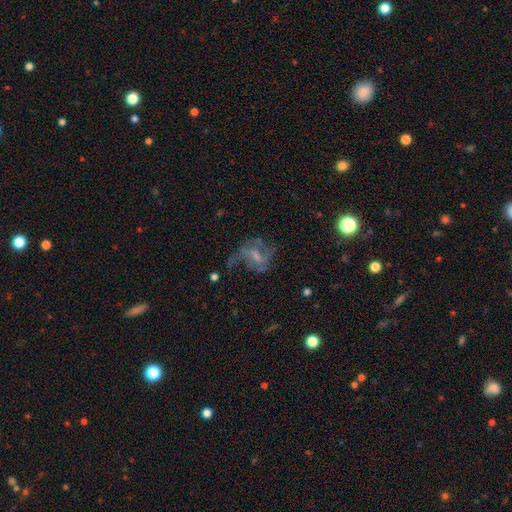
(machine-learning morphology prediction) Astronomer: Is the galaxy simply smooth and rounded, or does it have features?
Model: featured or disk — 67%.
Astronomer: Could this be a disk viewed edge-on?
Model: no — 97%.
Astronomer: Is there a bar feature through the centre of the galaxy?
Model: weak — 49% (runner-up: no, 37%).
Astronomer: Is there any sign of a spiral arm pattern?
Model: yes — 71%.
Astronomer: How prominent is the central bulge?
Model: small — 41% (runner-up: none, 28%).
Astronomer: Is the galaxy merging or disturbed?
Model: none — 40% (runner-up: major disturbance, 37%).